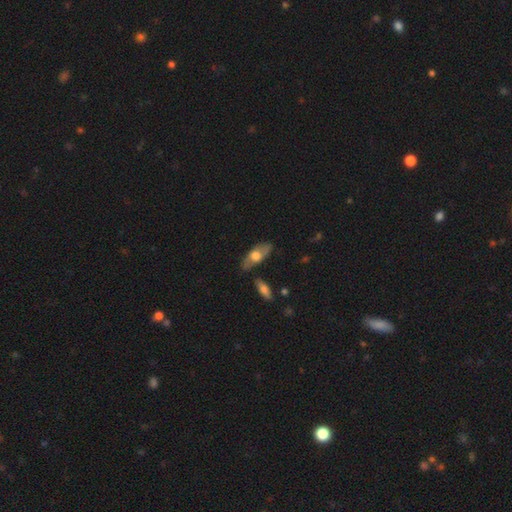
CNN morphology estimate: Overall: smooth (51%; featured or disk 43%). How rounded: in between (76%). Merging: none (73%).